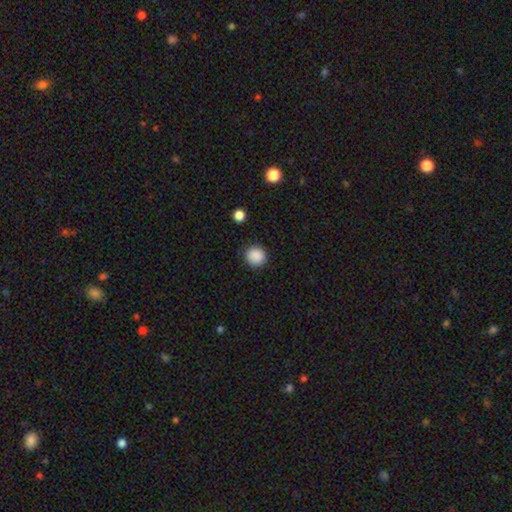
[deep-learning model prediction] Q: Smooth or featured?
A: smooth (88%); runner-up: star or artifact (9%)
Q: How rounded?
A: round (93%); runner-up: in between (6%)
Q: Merging?
A: none (88%); runner-up: minor disturbance (8%)